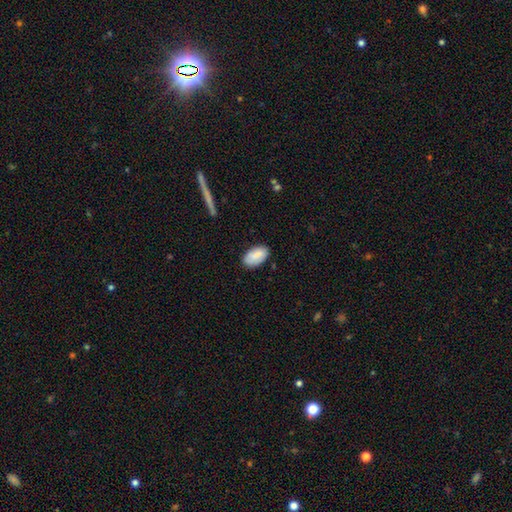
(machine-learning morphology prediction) This is clearly a smooth galaxy (84%). How rounded: clearly in between (95%). Merging: clearly none (81%).